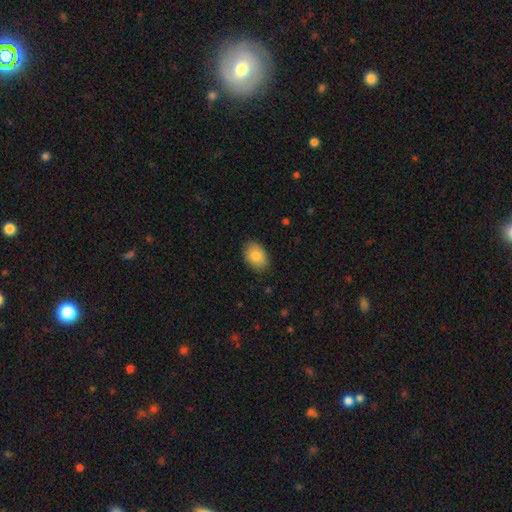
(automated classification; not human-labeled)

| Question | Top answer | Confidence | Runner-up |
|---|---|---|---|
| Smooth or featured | smooth | 83% | featured or disk (9%) |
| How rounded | in between | 83% | round (16%) |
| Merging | none | 86% | minor disturbance (11%) |